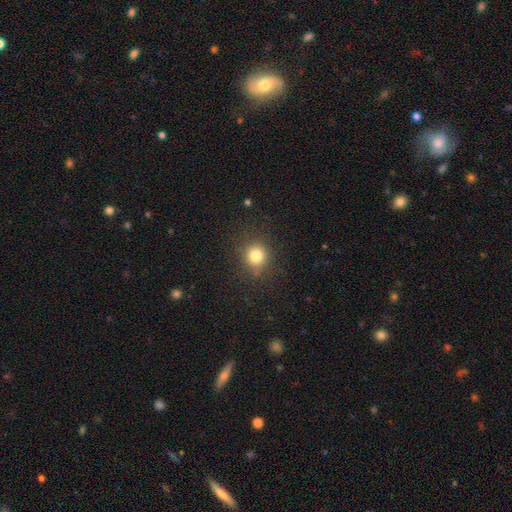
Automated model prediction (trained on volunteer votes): This is clearly a smooth galaxy (80%). How rounded: clearly round (88%). Merging: clearly none (83%).